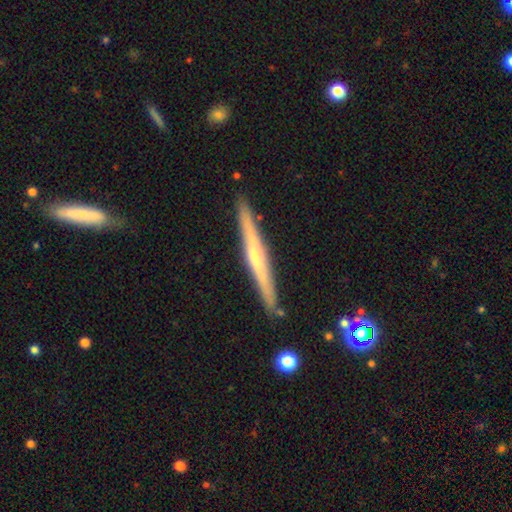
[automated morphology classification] Smooth or featured?
  - featured or disk: 62% *
  - smooth: 32%
  - star or artifact: 6%
Edge-on disk?
  - yes: 97% *
  - no: 3%
Edge-on bulge?
  - rounded: 51% *
  - none: 42%
  - boxy: 8%
Merging?
  - none: 90% *
  - minor disturbance: 7%
  - merger: 1%
  - major disturbance: 1%